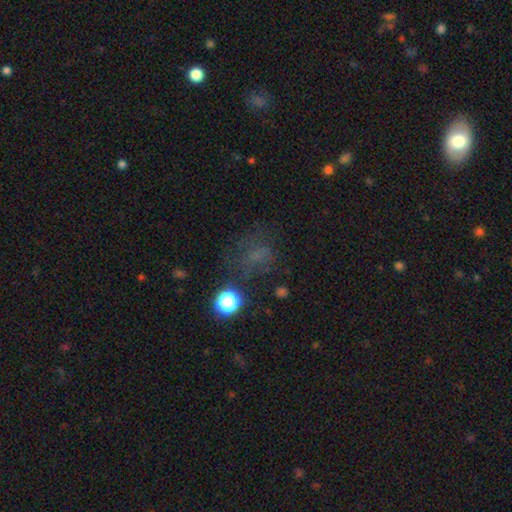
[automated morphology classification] type=smooth (45%); merging=none (55%).